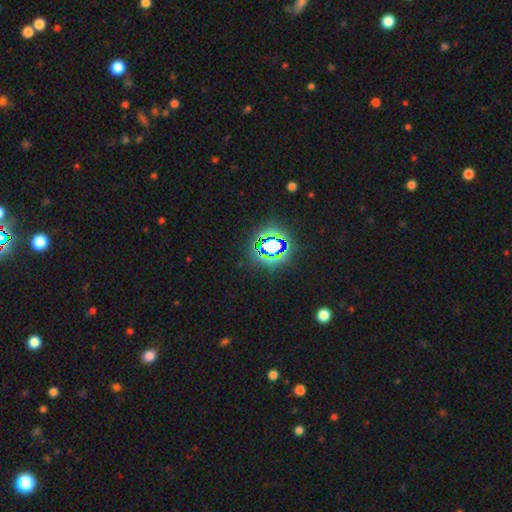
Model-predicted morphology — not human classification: Q: Smooth or featured?
A: star or artifact (80%); runner-up: smooth (12%)